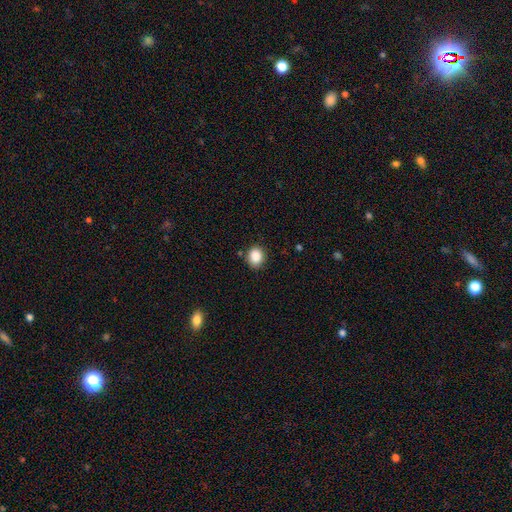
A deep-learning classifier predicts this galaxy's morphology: The model was most divided on "how rounded": round: 63%, in between: 36%, cigar-shaped: 1%. More confident: smooth or featured — smooth (87%); merging — none (84%).